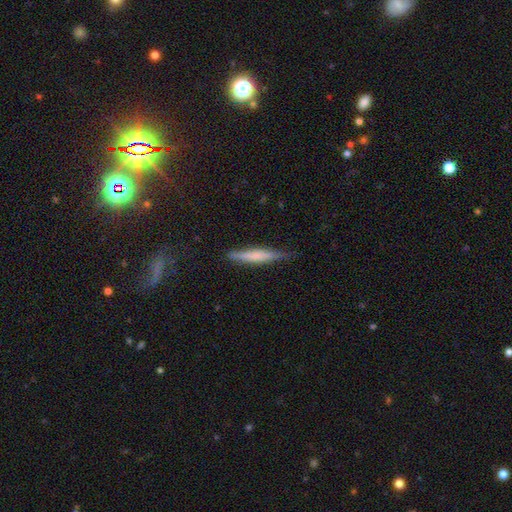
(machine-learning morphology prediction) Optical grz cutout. It shows a smooth galaxy with no disk features (54%) that is cigar-shaped (93%). Merging: none (80%).